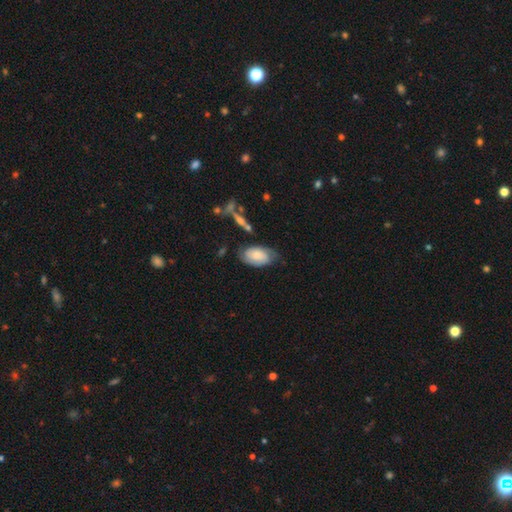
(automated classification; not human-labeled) This is possibly a smooth galaxy (52%). How rounded: clearly in between (92%). Merging: likely none (62%).